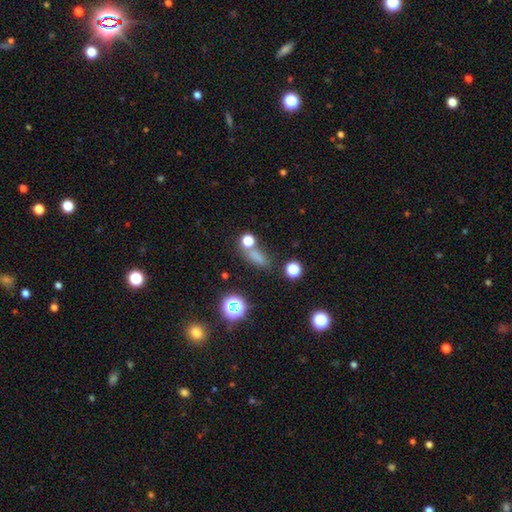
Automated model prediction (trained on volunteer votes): Smooth or featured? Predicted: smooth (p=0.68). How rounded? Predicted: in between (p=0.54). Merging? Predicted: none (p=0.63).